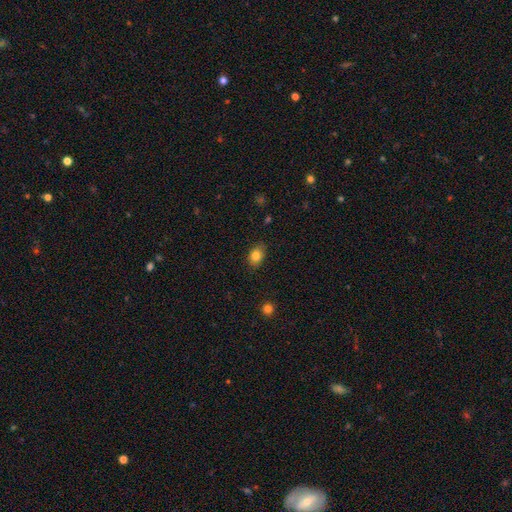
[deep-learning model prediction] A smooth galaxy with no disk features (83%) that is in between round and cigar-shaped (80%). Merging: none (84%).